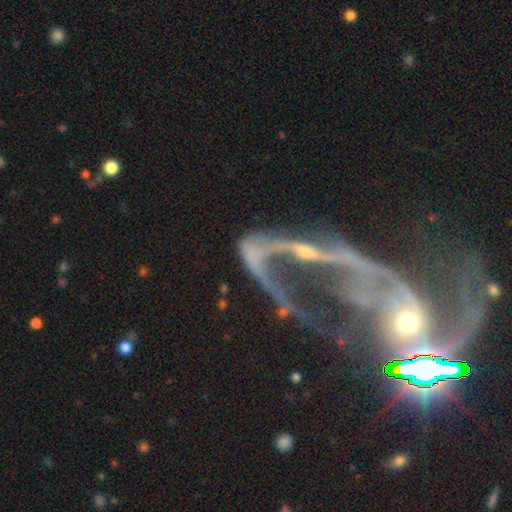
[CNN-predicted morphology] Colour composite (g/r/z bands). It shows a featured or disk galaxy (79%) with a strong bar (36%, tied with no), 2 (74%) loose (83%) spiral arms (78%) and a small central bulge (54%). Merging: major disturbance (37%).